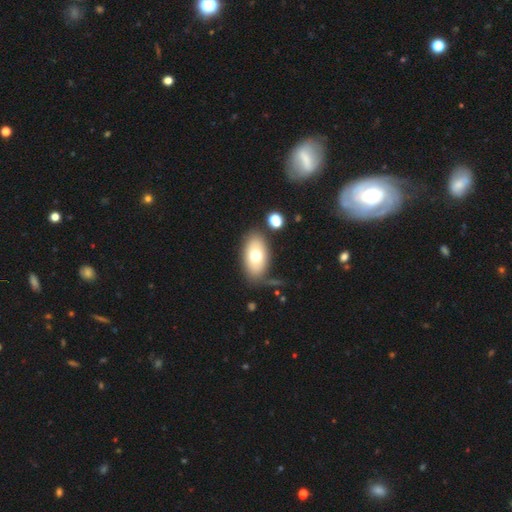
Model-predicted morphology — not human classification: Smooth or featured? smooth (68%)
How rounded? in between (90%)
Merging? none (75%)